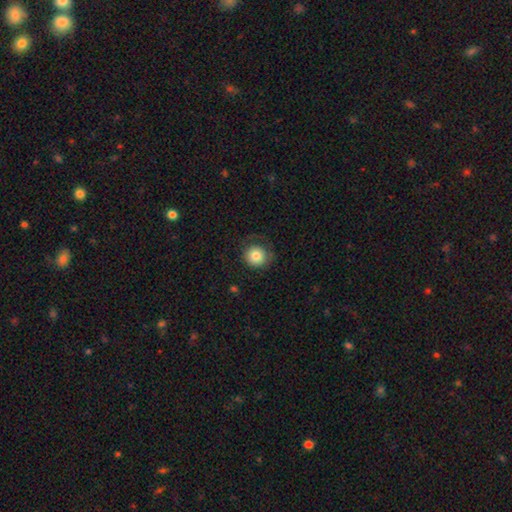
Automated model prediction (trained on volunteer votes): Morphology: type=smooth (81%); roundness=round (92%); merging=none (71%).